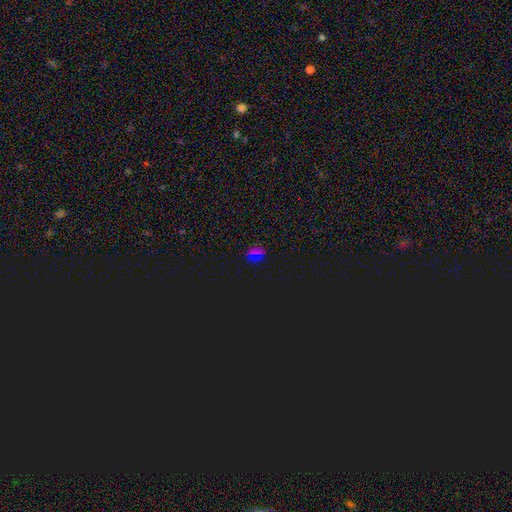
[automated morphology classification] star or artifact 54%, smooth 38%, featured or disk 8%.